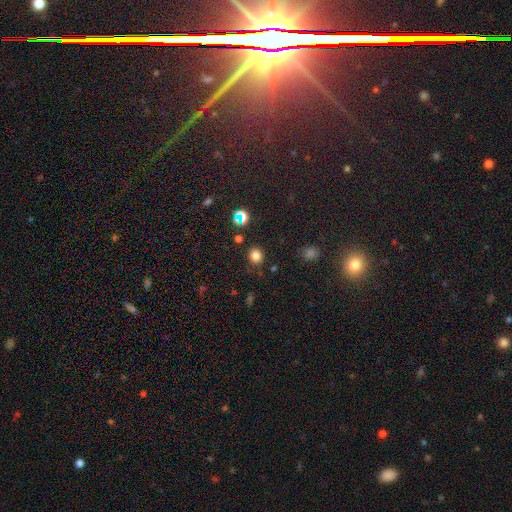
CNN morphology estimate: smooth 78%, star or artifact 17%, featured or disk 5%. Down the decision tree: how rounded — round (76%); merging — none (85%).